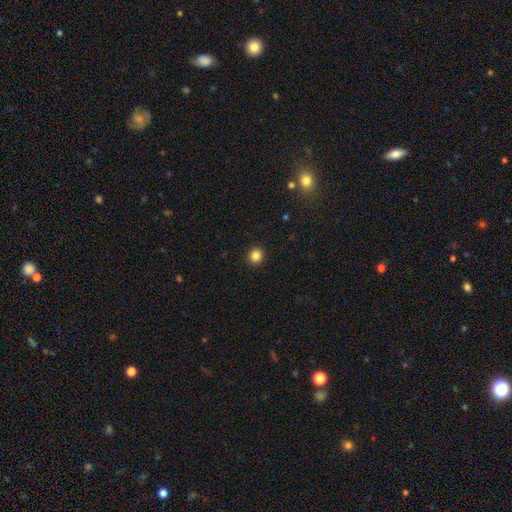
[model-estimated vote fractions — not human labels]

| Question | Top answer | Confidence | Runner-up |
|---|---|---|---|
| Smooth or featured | smooth | 84% | star or artifact (12%) |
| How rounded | round | 92% | in between (7%) |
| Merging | none | 93% | minor disturbance (4%) |